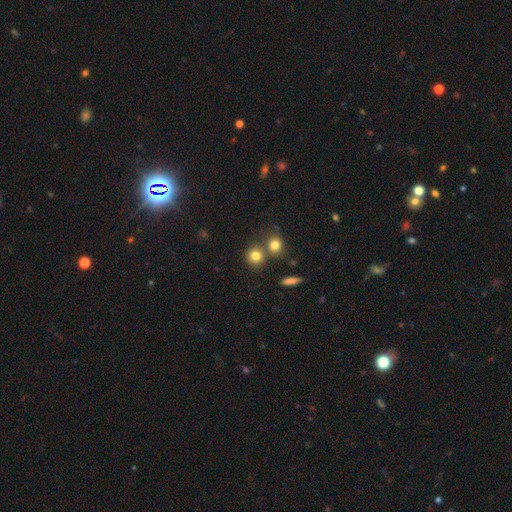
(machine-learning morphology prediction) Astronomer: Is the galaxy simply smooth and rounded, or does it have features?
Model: smooth — 81%.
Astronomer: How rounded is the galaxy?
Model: round — 86%.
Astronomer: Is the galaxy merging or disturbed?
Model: none — 61%.